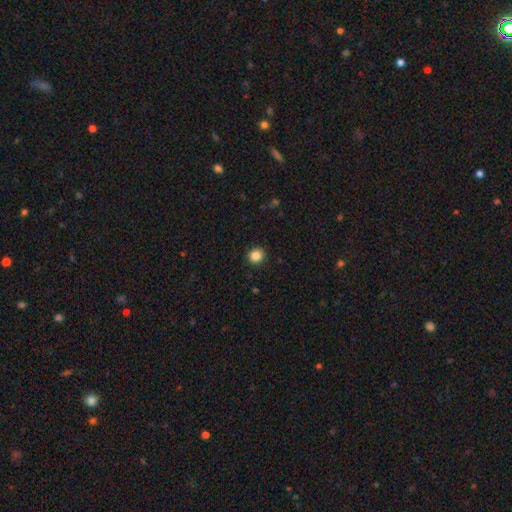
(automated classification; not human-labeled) A smooth galaxy with no disk features (86%) that is round (83%).

Vote fractions:
- Smooth or featured? smooth: 86% / star or artifact: 10% / featured or disk: 3%
- How rounded? round: 83% / in between: 16% / cigar-shaped: 1%
- Merging? none: 91% / minor disturbance: 6% / major disturbance: 2% / merger: 1%